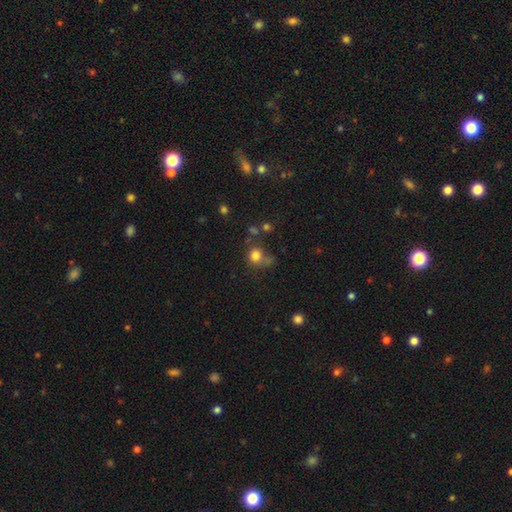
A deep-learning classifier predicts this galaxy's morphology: type=smooth (78%); roundness=round (80%); merging=none (48%).